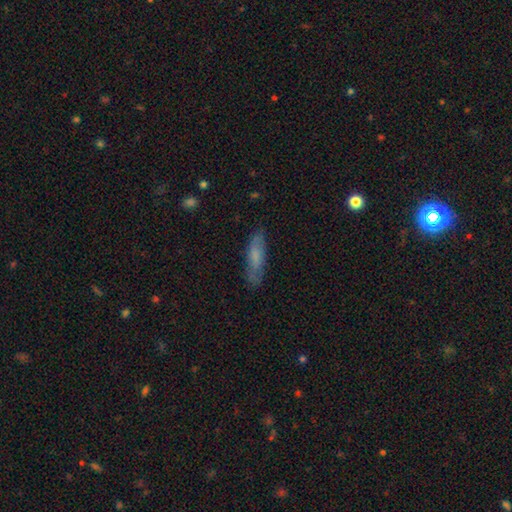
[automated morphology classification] This is likely a smooth galaxy (63%). How rounded: likely cigar-shaped (64%). Merging: likely none (77%).